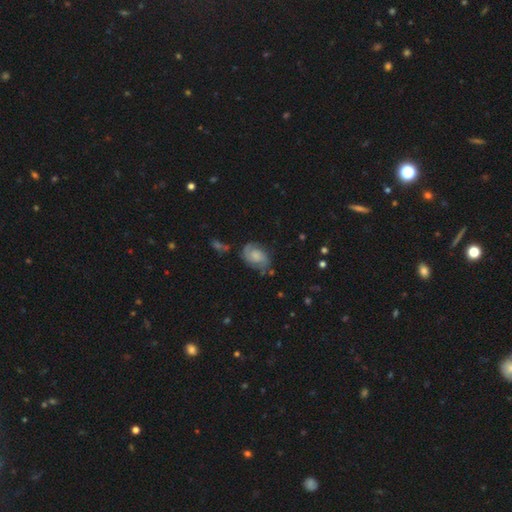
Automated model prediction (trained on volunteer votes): The model was most divided on "bulge size" (2-way tie): moderate: 30%, small: 30%, none: 24%, large: 14%, dominant: 2%. Remaining: edge-on disk — no (97%); spiral arms — yes (92%); spiral arm count — 2 (78%); bar — no (65%); smooth or featured — featured or disk (64%); merging — none (64%); spiral winding — medium (44%).